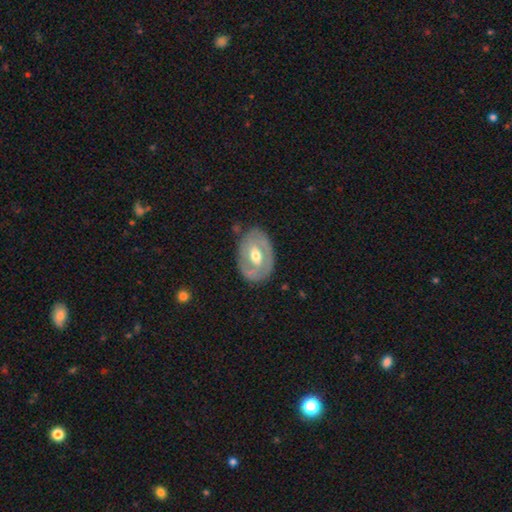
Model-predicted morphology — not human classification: type=featured or disk (65%); edge-on=no (93%); bar=no (45%); spiral arms=no (57%); bulge=moderate (72%); merging=none (76%).